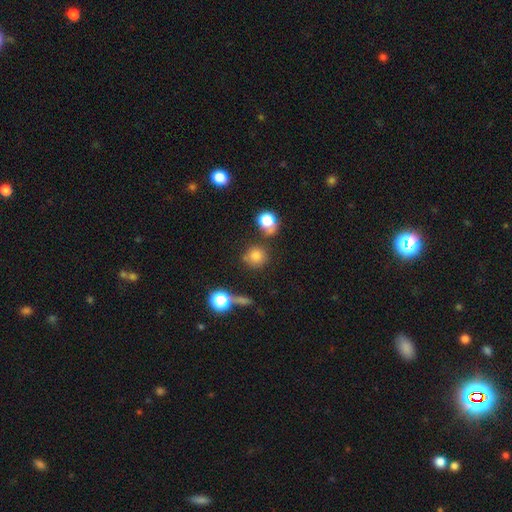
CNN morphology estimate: A smooth galaxy with no disk features (75%) that is round (89%).

Vote fractions:
- Smooth or featured? smooth: 75% / star or artifact: 17% / featured or disk: 8%
- How rounded? round: 89% / in between: 10% / cigar-shaped: 1%
- Merging? none: 71% / minor disturbance: 13% / merger: 10% / major disturbance: 5%